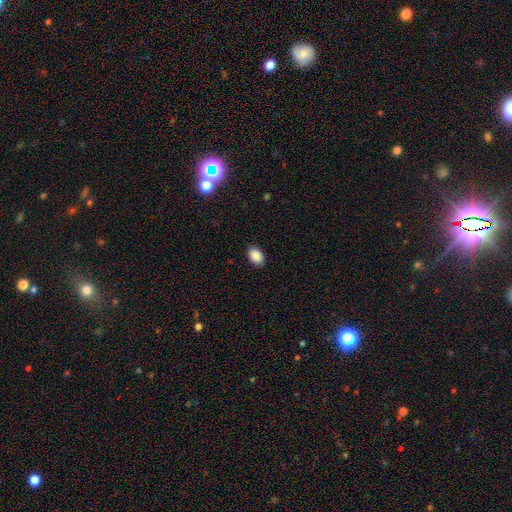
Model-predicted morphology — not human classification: Overall: smooth (89%). How rounded: in between (82%). Merging: none (89%).